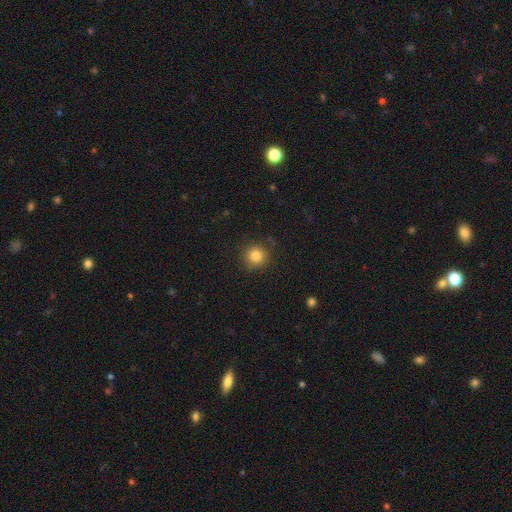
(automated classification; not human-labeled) smooth_or_featured: smooth (p=0.83) [alt: star or artifact p=0.11]
how_rounded: round (p=0.93) [alt: in between p=0.06]
merging: none (p=0.87) [alt: minor disturbance p=0.09]